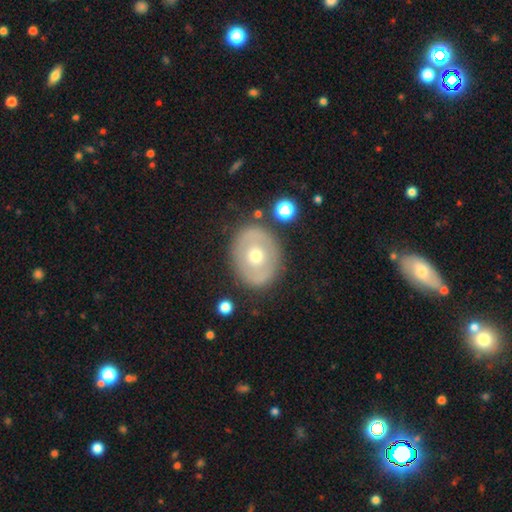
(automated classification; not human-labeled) smooth_or_featured: featured or disk (p=0.52) [alt: smooth p=0.39]
disk_edge_on: no (p=0.94) [alt: yes p=0.06]
merging: none (p=0.82) [alt: minor disturbance p=0.11]